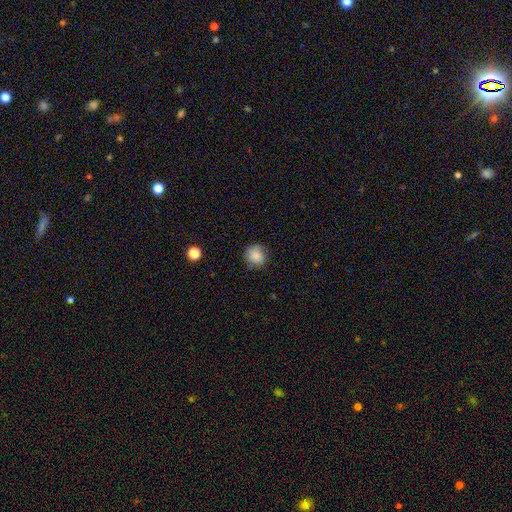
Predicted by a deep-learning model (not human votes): smooth_or_featured: smooth (p=0.81) [alt: featured or disk p=0.09]
how_rounded: round (p=0.81) [alt: in between p=0.18]
merging: none (p=0.74) [alt: minor disturbance p=0.20]